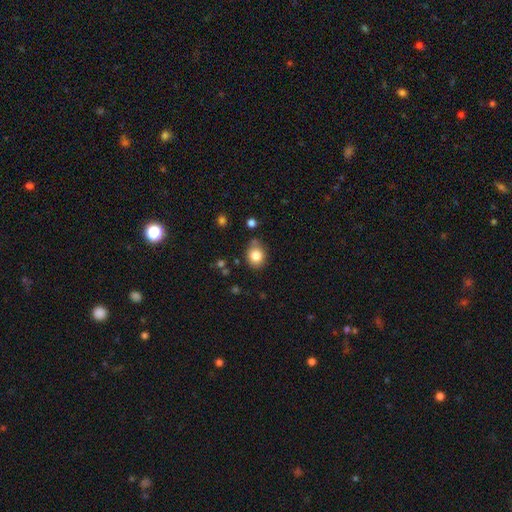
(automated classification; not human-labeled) smooth 82%, star or artifact 10%, featured or disk 8%. Down the decision tree: how rounded — round (61%); merging — none (75%).